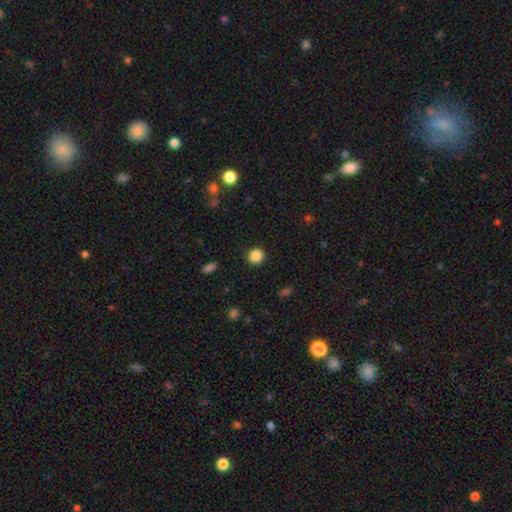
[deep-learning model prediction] smooth-or-featured: smooth: 87% | star or artifact: 10% | featured or disk: 3%
  how-rounded: round: 92% | in between: 8% | cigar-shaped: 1%
  merging: none: 92% | minor disturbance: 5% | major disturbance: 2% | merger: 1%